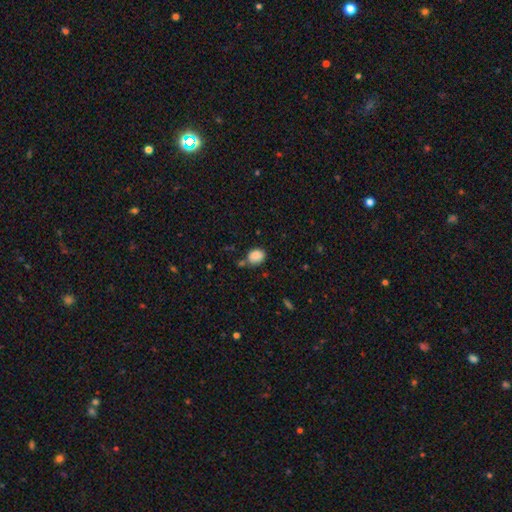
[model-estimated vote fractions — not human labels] smooth_or_featured: smooth (p=0.87) [alt: star or artifact p=0.09]
how_rounded: in between (p=0.55) [alt: round p=0.44]
merging: none (p=0.64) [alt: minor disturbance p=0.20]